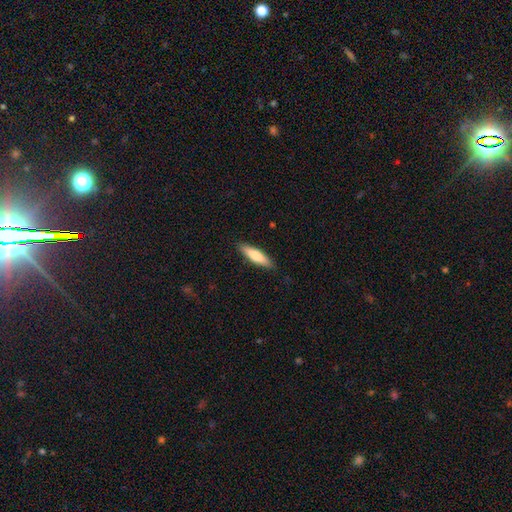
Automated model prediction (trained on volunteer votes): Smooth or featured? smooth (68%)
How rounded? cigar-shaped (70%)
Merging? none (89%)